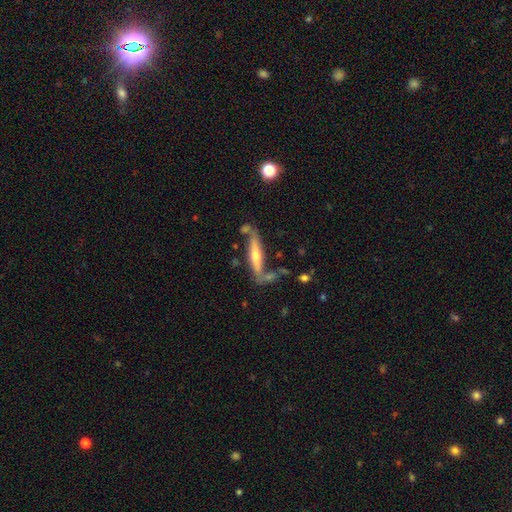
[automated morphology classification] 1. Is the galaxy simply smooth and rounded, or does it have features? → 65% featured or disk, 29% smooth, 7% star or artifact.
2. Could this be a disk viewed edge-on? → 80% yes, 20% no.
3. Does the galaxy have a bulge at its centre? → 79% rounded, 13% none, 8% boxy.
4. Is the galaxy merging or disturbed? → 61% none, 19% minor disturbance, 13% merger, 7% major disturbance.